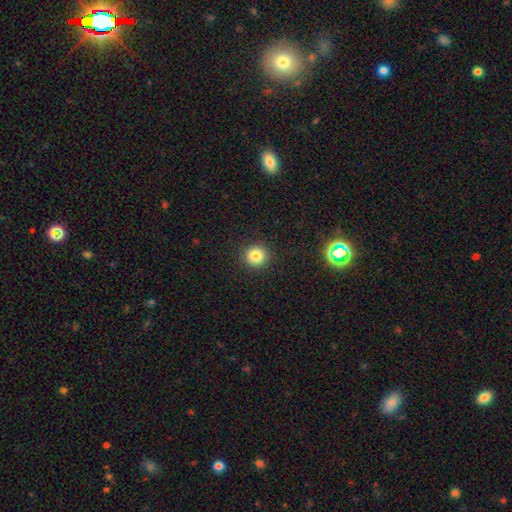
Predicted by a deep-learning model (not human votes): Smooth or featured?
  - smooth: 82% *
  - star or artifact: 12%
  - featured or disk: 6%
How rounded?
  - round: 93% *
  - in between: 6%
  - cigar-shaped: 1%
Merging?
  - none: 92% *
  - minor disturbance: 5%
  - major disturbance: 2%
  - merger: 1%